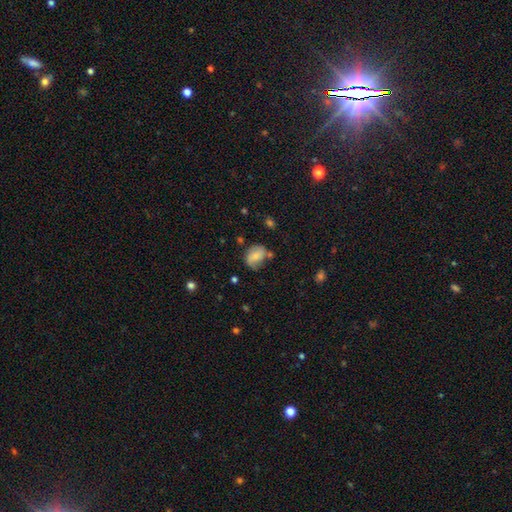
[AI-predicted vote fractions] This is likely a smooth galaxy (68%). How rounded: likely in between (67%). Merging: possibly none (55%).